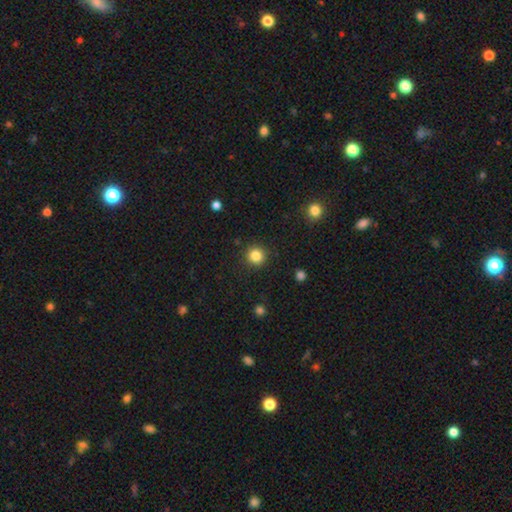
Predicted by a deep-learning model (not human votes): A smooth galaxy with no disk features (85%) that is round (94%). Merging: none (90%).